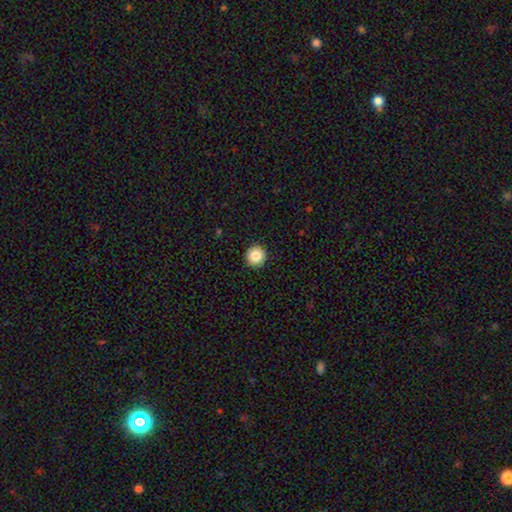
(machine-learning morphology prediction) Smooth or featured? smooth (85%)
How rounded? round (95%)
Merging? none (93%)